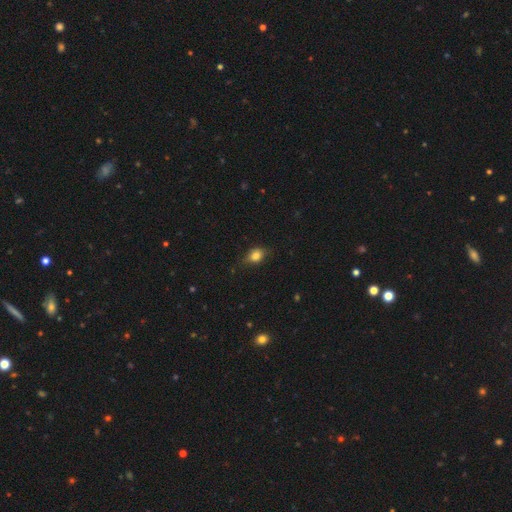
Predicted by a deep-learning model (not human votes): smooth 81%, star or artifact 10%, featured or disk 9%. Down the decision tree: how rounded — in between (60%); merging — none (70%).